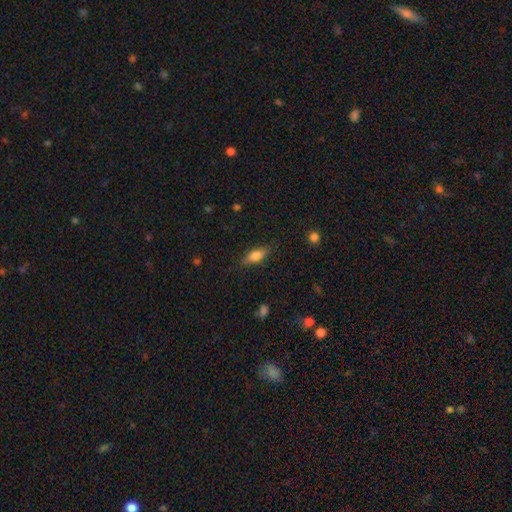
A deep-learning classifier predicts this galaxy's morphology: smooth_or_featured: smooth (p=0.72) [alt: featured or disk p=0.20]
how_rounded: in between (p=0.73) [alt: cigar-shaped p=0.23]
merging: none (p=0.82) [alt: minor disturbance p=0.14]